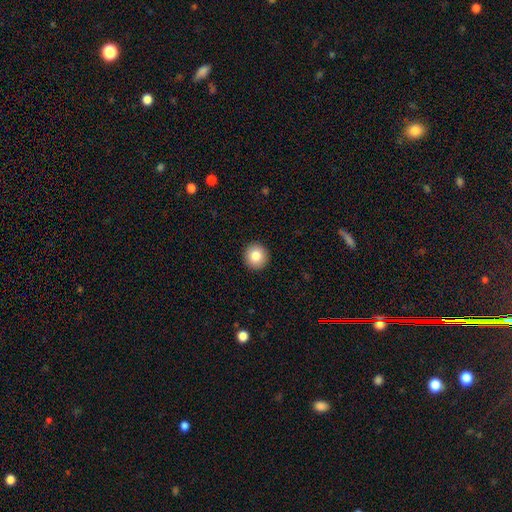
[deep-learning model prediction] Q: Smooth or featured?
A: smooth (84%); runner-up: star or artifact (9%)
Q: How rounded?
A: round (93%); runner-up: in between (6%)
Q: Merging?
A: none (93%); runner-up: minor disturbance (5%)